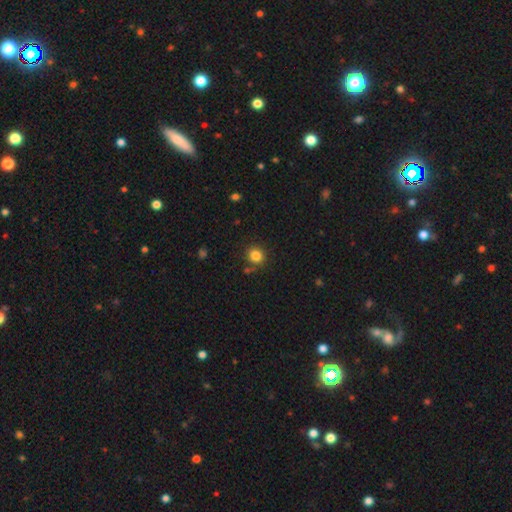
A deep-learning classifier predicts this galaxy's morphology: Smooth or featured? Predicted: smooth (p=0.83). How rounded? Predicted: round (p=0.89). Merging? Predicted: none (p=0.85).